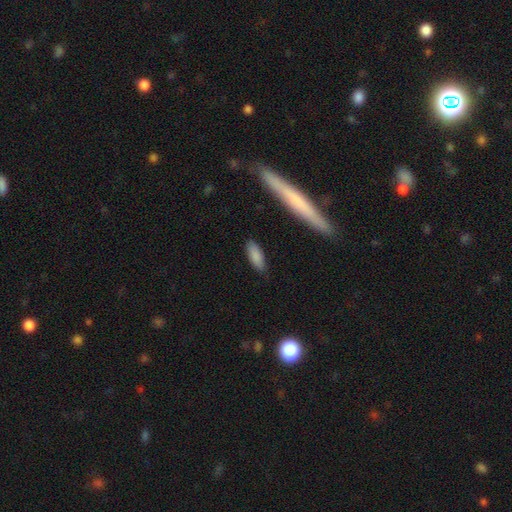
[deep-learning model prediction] smooth_or_featured: smooth (p=0.85) [alt: featured or disk p=0.08]
how_rounded: in between (p=0.73) [alt: cigar-shaped p=0.25]
merging: none (p=0.84) [alt: minor disturbance p=0.11]